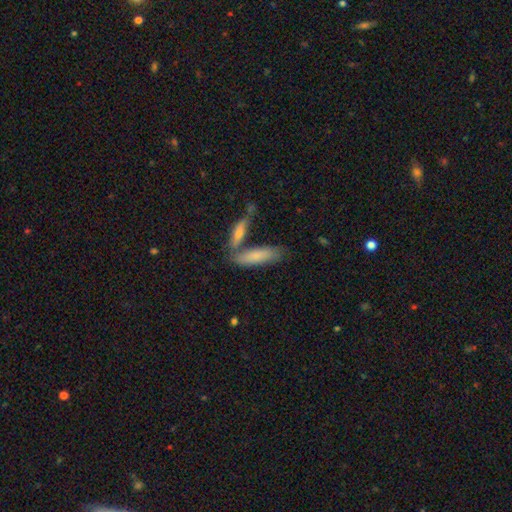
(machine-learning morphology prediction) type=smooth (73%); roundness=cigar-shaped (59%); merging=none (52%).